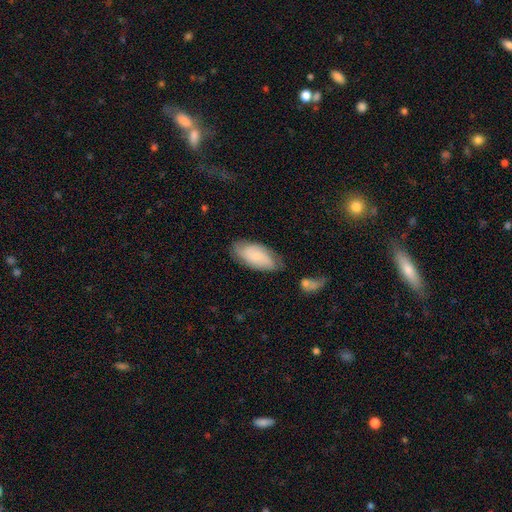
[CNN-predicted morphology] This appears to be a smooth galaxy with no disk features (56%) that is in between round and cigar-shaped (89%). Merging: none (68%).